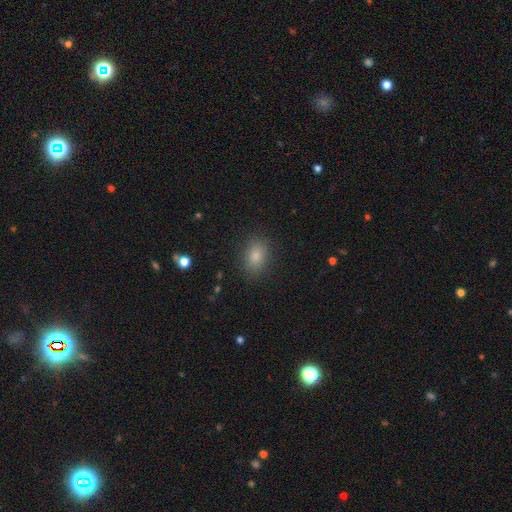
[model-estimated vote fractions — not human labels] smooth_or_featured: smooth (p=0.80) [alt: star or artifact p=0.13]
how_rounded: in between (p=0.75) [alt: round p=0.24]
merging: none (p=0.87) [alt: minor disturbance p=0.09]